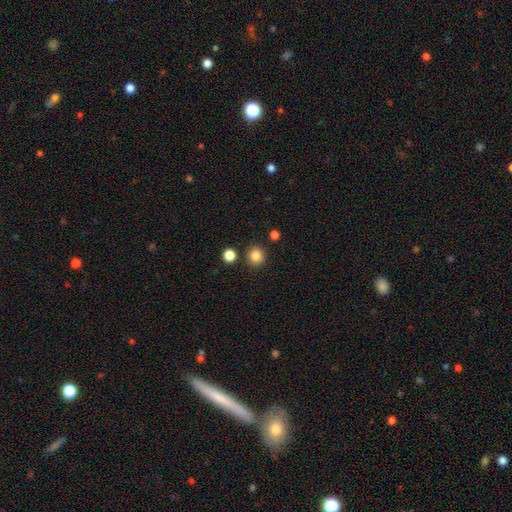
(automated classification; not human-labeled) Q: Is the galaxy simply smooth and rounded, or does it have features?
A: smooth — 85%.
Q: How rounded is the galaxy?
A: round — 89%.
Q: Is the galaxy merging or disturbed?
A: none — 87%.